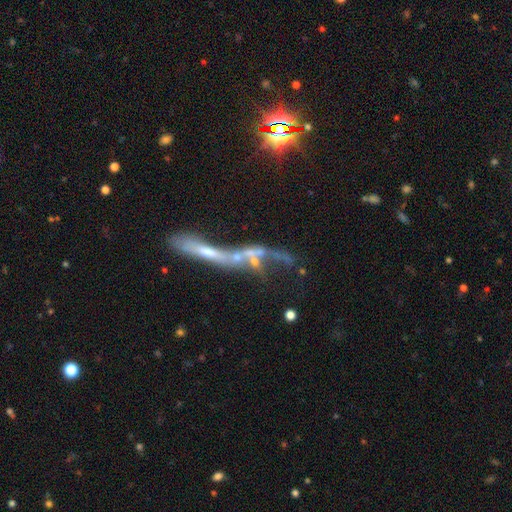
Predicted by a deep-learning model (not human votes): A featured or disk galaxy (57%).

Vote fractions:
- Smooth or featured? featured or disk: 57% / smooth: 28% / star or artifact: 15%
- Edge-on disk? no: 69% / yes: 31%
- Merging? merger: 51% / none: 20% / major disturbance: 19% / minor disturbance: 10%